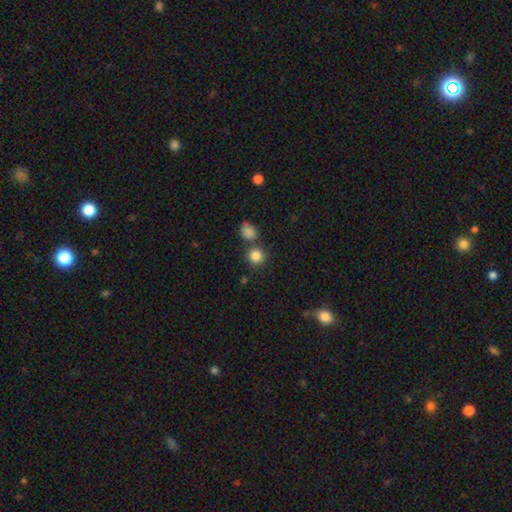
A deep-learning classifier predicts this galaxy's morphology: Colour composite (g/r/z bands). It shows a smooth galaxy with no disk features (84%) that is round (87%). Merging: none (68%).